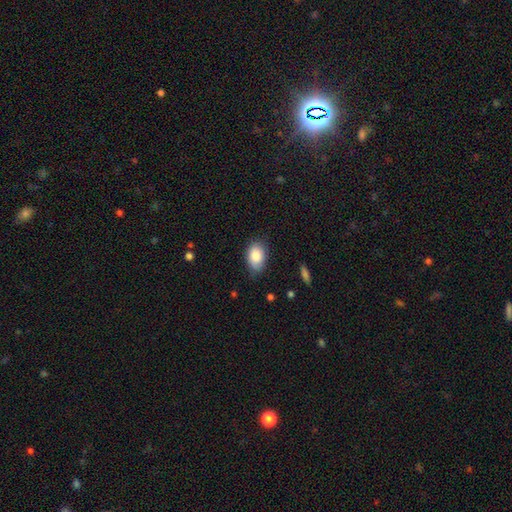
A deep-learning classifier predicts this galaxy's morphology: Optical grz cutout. It shows a smooth galaxy with no disk features (85%) that is in between round and cigar-shaped (88%). Merging: none (78%).